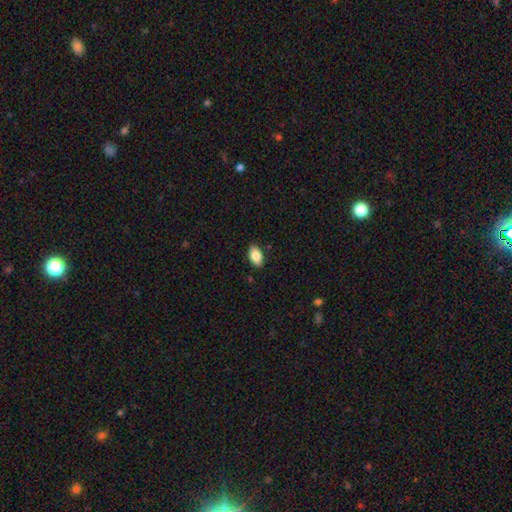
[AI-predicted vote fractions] A smooth galaxy with no disk features (84%) that is in between round and cigar-shaped (92%). Merging: none (87%).